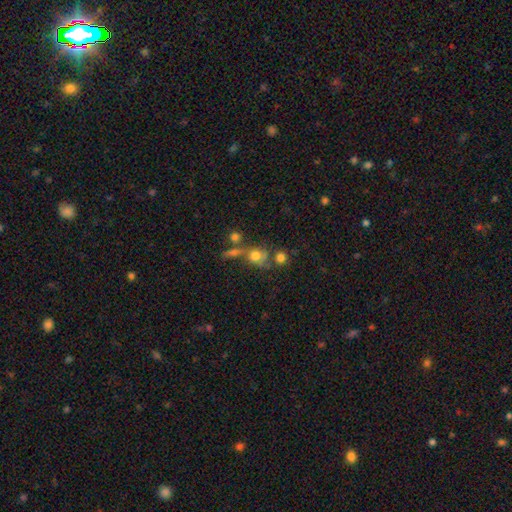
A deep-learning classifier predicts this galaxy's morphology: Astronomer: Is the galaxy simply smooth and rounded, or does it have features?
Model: smooth — 66%.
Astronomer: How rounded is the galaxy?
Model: round — 74%.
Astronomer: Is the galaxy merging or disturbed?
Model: none — 44% (runner-up: merger, 32%).